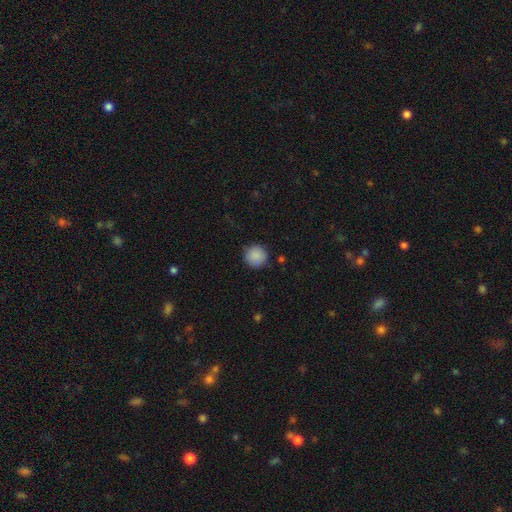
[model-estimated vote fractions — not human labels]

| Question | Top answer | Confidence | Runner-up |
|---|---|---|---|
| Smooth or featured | smooth | 88% | star or artifact (8%) |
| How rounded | round | 94% | in between (5%) |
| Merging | none | 86% | minor disturbance (10%) |